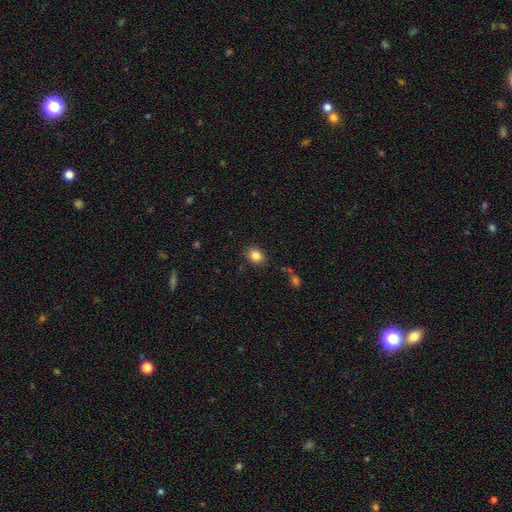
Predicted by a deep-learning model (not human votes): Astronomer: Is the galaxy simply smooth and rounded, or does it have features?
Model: smooth — 85%.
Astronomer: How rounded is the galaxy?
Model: in between — 58% (runner-up: round, 41%).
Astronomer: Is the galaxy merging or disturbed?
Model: none — 85%.